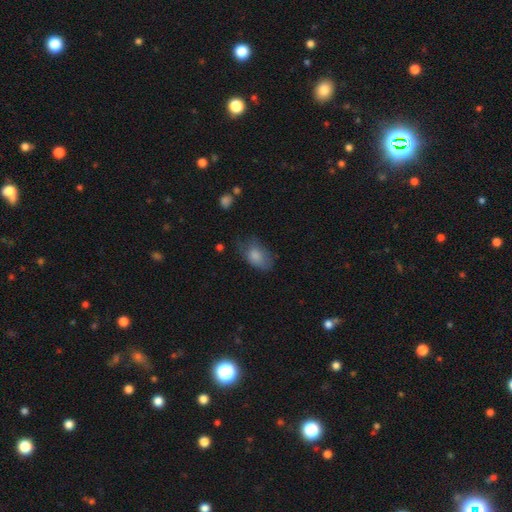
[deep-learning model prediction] This is clearly a smooth galaxy (80%). How rounded: clearly in between (87%). Merging: possibly none (48%).